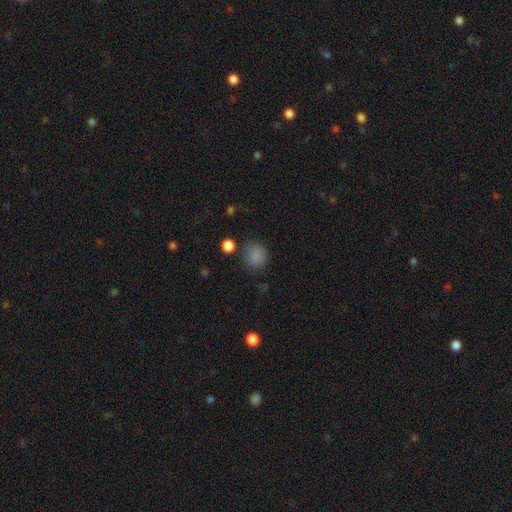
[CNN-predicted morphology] Smooth or featured? smooth (82%)
How rounded? round (75%)
Merging? none (74%)